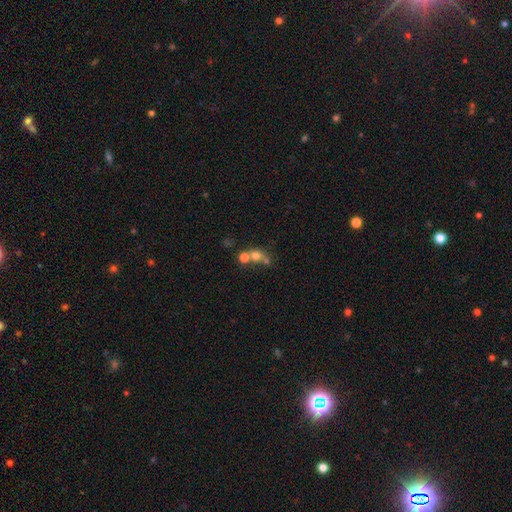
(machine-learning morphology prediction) Smooth or featured: smooth — 65% (featured or disk — 18%)
How rounded: round — 77% (in between — 22%)
Merging: merger — 54% (none — 33%)